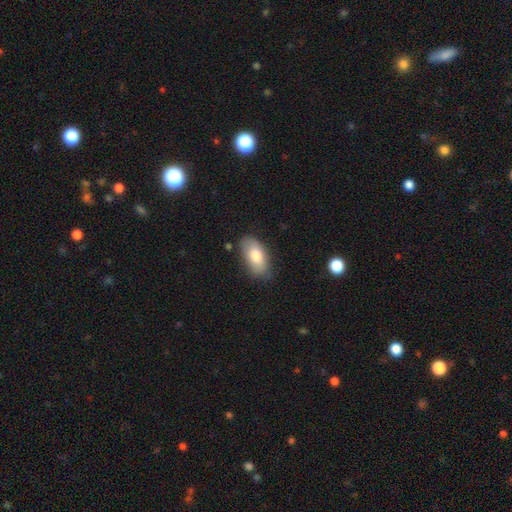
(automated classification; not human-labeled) smooth 78%, featured or disk 15%, star or artifact 6%. Down the decision tree: how rounded — in between (93%); merging — none (75%).